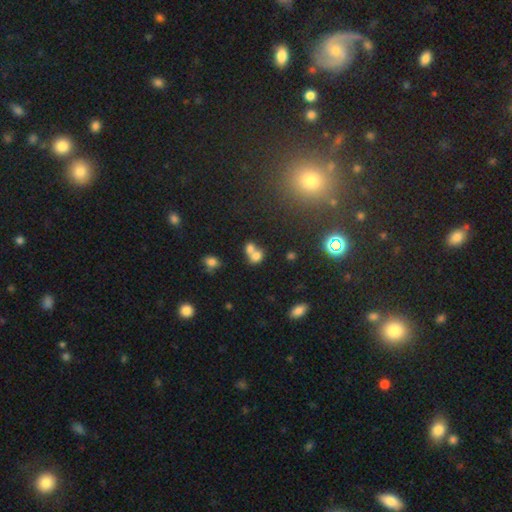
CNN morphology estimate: Smooth or featured? smooth (68%)
How rounded? in between (49%, tied with round)
Merging? merger (66%)